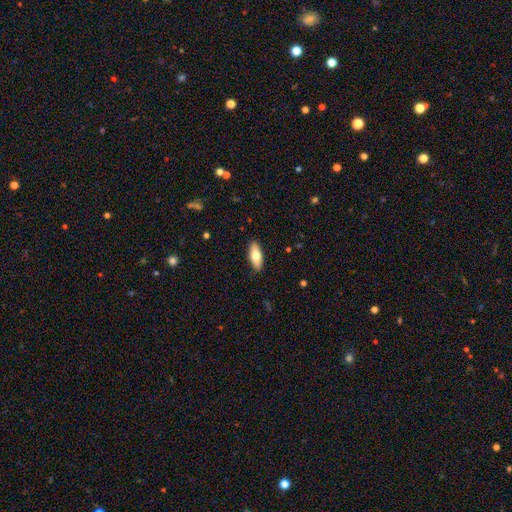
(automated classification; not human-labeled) A smooth galaxy with no disk features (71%) that is in between round and cigar-shaped (76%). Merging: none (90%).